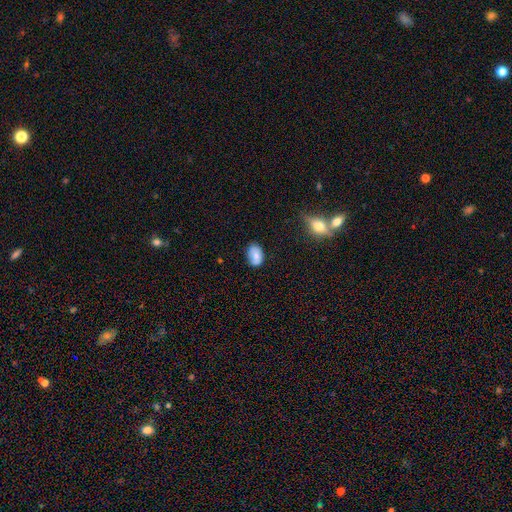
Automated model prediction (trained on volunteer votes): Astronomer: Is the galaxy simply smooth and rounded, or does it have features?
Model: smooth — 73%.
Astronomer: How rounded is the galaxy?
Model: in between — 85%.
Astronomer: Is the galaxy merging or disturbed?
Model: none — 70%.